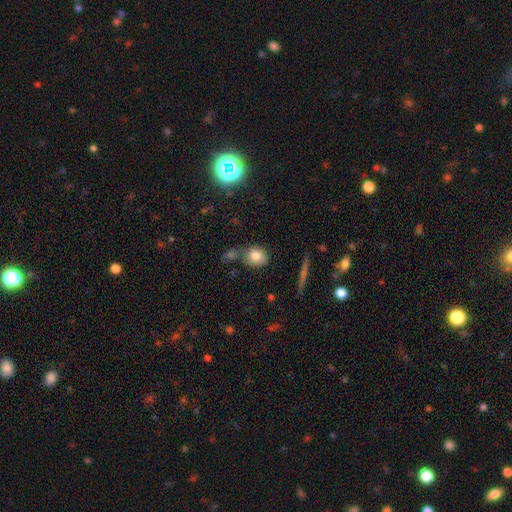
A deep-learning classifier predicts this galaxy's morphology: The model was most divided on "how rounded": round: 59%, in between: 39%, cigar-shaped: 2%. Remaining: smooth or featured — smooth (80%); merging — none (48%).